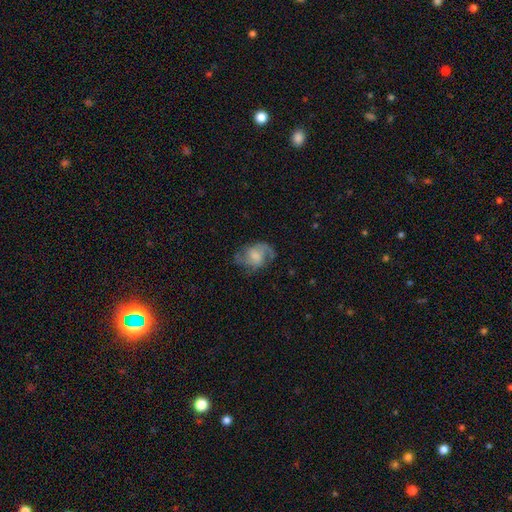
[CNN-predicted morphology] type=featured or disk (60%); edge-on=no (97%); bar=no (60%); spiral arms=yes (83%); bulge=moderate (34%); merging=none (58%).